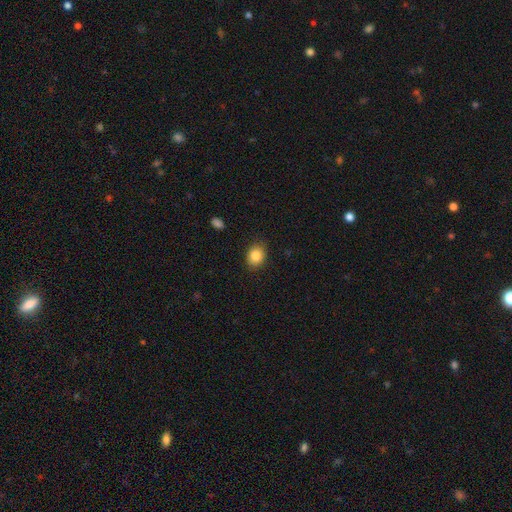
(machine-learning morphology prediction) Q: Smooth or featured?
A: smooth (85%); runner-up: star or artifact (9%)
Q: How rounded?
A: round (53%); runner-up: in between (46%)
Q: Merging?
A: none (85%); runner-up: minor disturbance (11%)